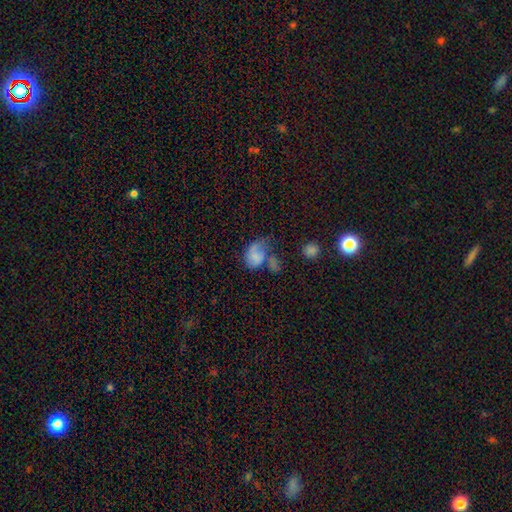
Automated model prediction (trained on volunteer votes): Smooth or featured?
  - smooth: 62% *
  - featured or disk: 25%
  - star or artifact: 13%
How rounded?
  - in between: 68% *
  - round: 31%
  - cigar-shaped: 1%
Merging?
  - major disturbance: 32% *
  - merger: 25%
  - none: 22%
  - minor disturbance: 21%